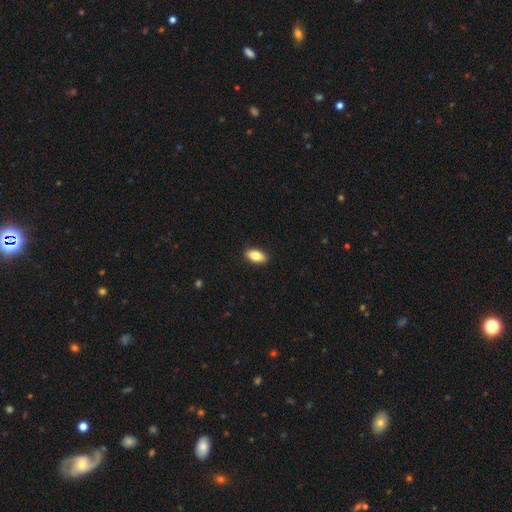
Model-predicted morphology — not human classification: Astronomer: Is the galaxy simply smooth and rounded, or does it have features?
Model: smooth — 86%.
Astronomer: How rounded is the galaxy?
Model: in between — 91%.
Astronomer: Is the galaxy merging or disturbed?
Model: none — 89%.